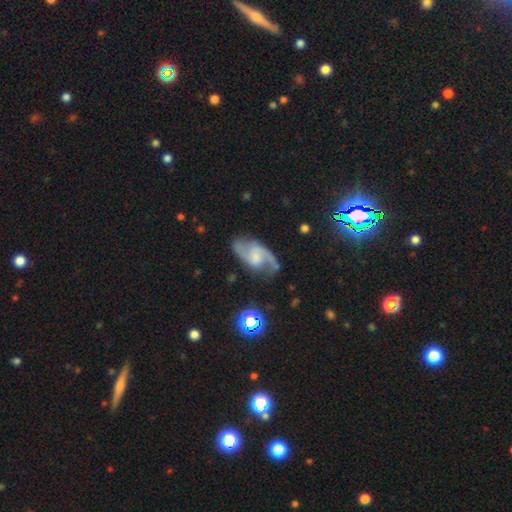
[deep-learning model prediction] Smooth or featured? featured or disk (84%)
Edge-on disk? no (97%)
Bar? weak (46%)
Spiral arms? yes (96%)
Spiral winding? medium (47%)
Spiral arm count? 2 (88%)
Bulge size? small (32%)
Merging? none (70%)